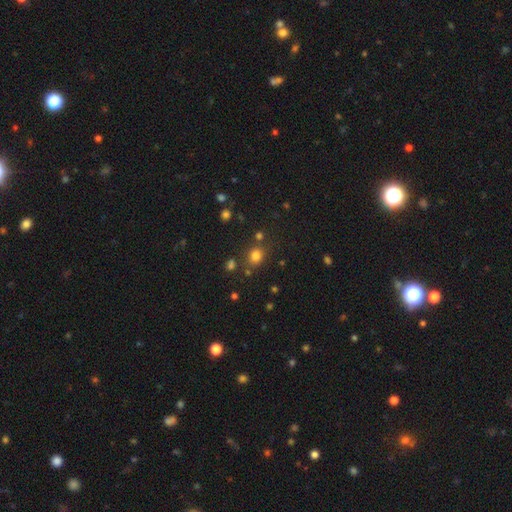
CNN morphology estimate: Smooth or featured: smooth — 77% (star or artifact — 17%)
How rounded: round — 70% (in between — 29%)
Merging: none — 76% (minor disturbance — 11%)